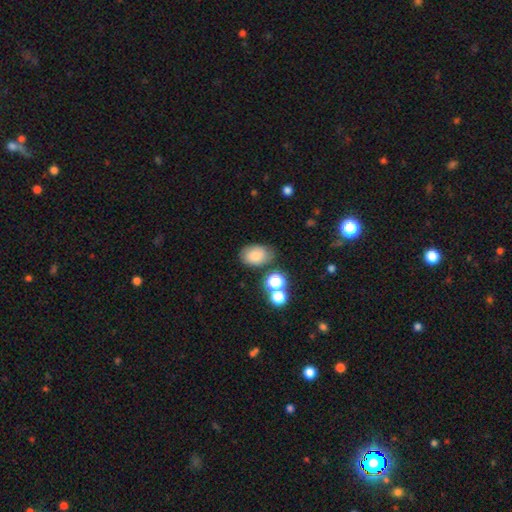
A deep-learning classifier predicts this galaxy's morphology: Smooth or featured? Predicted: smooth (p=0.78). How rounded? Predicted: in between (p=0.80). Merging? Predicted: none (p=0.71).